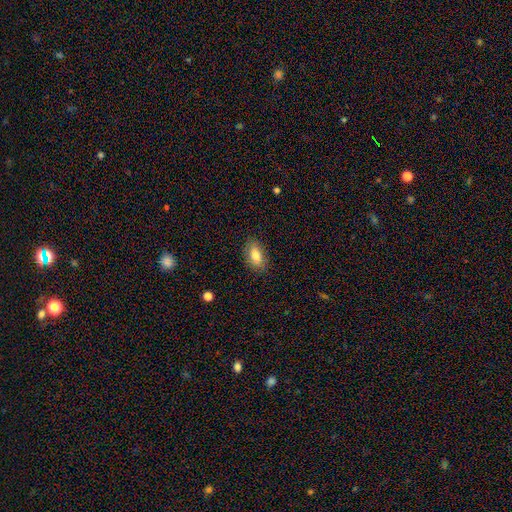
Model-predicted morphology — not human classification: A smooth galaxy with no disk features (81%) that is in between round and cigar-shaped (89%). Merging: none (87%).